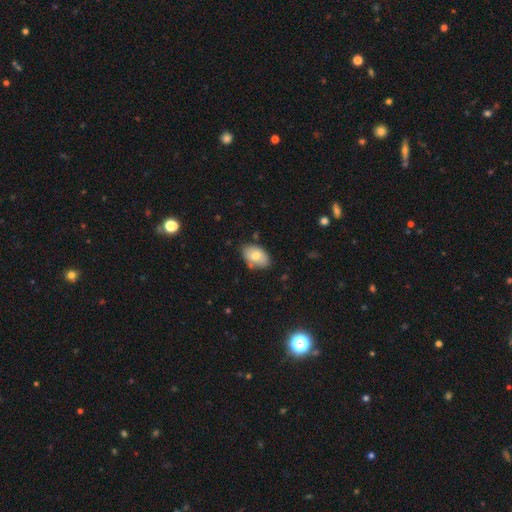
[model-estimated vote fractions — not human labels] Smooth or featured: smooth — 74% (featured or disk — 19%)
How rounded: in between — 91% (round — 8%)
Merging: none — 76% (minor disturbance — 17%)